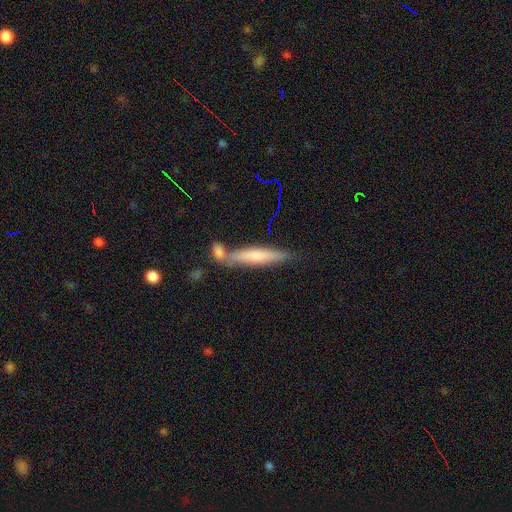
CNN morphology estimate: A smooth galaxy with no disk features (59%) that is cigar-shaped (89%). Merging: none (60%).